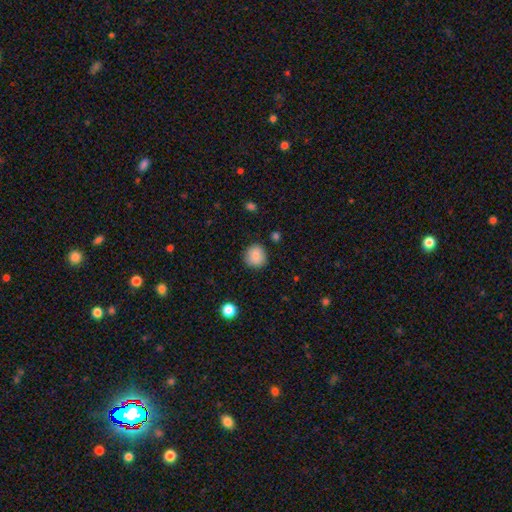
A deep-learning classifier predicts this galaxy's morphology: smooth_or_featured: smooth (p=0.85) [alt: star or artifact p=0.09]
how_rounded: round (p=0.90) [alt: in between p=0.09]
merging: none (p=0.86) [alt: minor disturbance p=0.10]